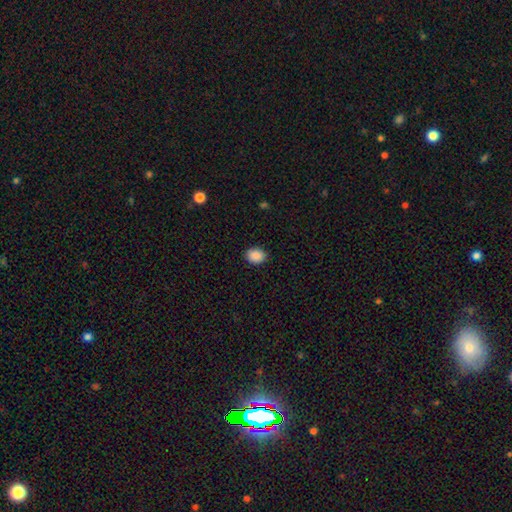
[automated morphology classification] Smooth or featured: smooth — 89% (star or artifact — 8%)
How rounded: round — 50% (in between — 49%)
Merging: none — 89% (minor disturbance — 8%)